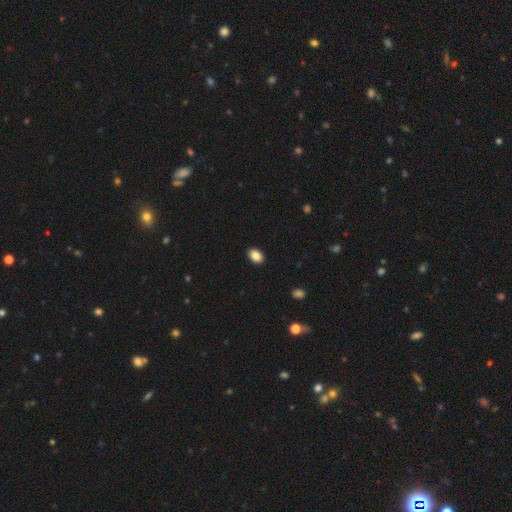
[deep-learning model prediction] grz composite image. It shows a smooth galaxy with no disk features (87%) that is in between round and cigar-shaped (81%). Merging: none (90%).